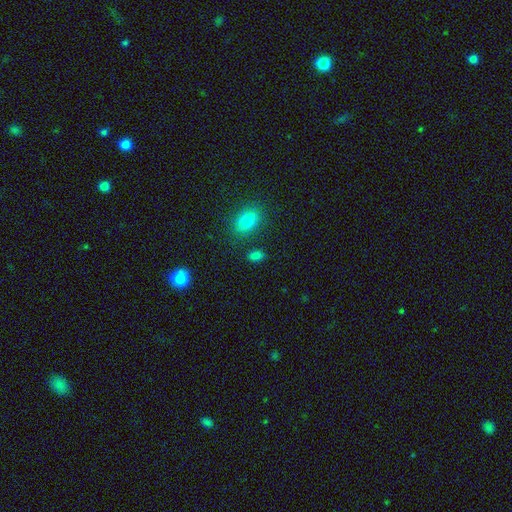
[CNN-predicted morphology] The model was most divided on "smooth or featured": smooth: 80%, star or artifact: 14%, featured or disk: 5%. More confident: how rounded — in between (84%); merging — none (79%).